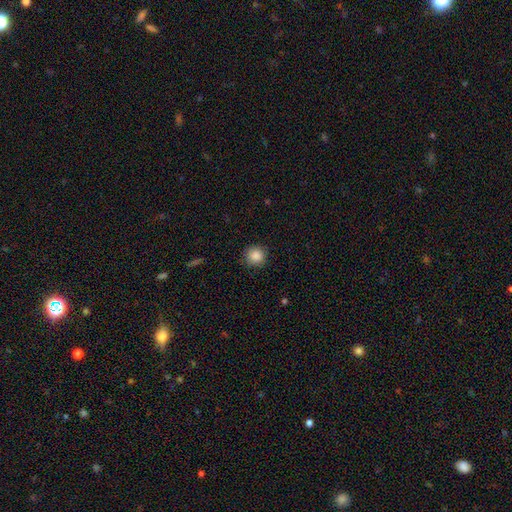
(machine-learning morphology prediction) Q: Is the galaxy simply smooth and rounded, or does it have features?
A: smooth — 88%.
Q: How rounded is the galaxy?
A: round — 93%.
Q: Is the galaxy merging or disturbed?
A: none — 87%.